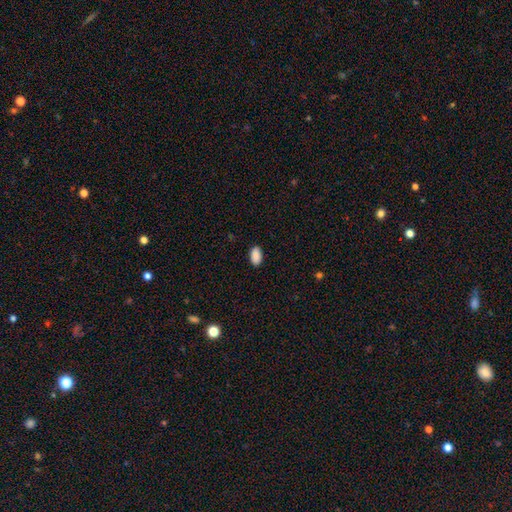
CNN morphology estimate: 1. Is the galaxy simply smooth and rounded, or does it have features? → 90% smooth, 7% star or artifact, 3% featured or disk.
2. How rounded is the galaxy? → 94% in between, 4% round, 2% cigar-shaped.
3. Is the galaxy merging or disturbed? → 88% none, 9% minor disturbance, 2% major disturbance, 1% merger.